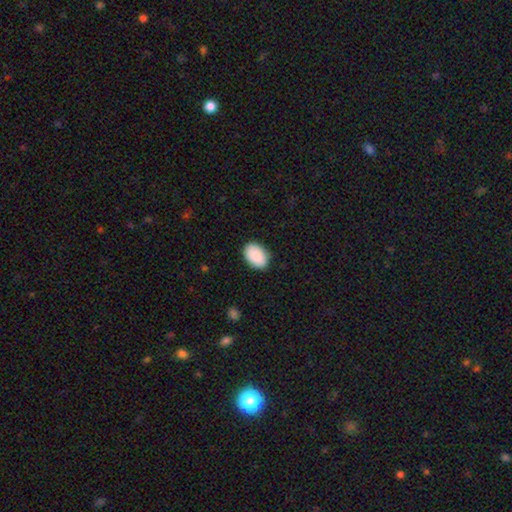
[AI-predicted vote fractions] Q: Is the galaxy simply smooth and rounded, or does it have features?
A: smooth — 91%.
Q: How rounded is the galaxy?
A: in between — 89%.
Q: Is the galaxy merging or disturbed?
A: none — 87%.